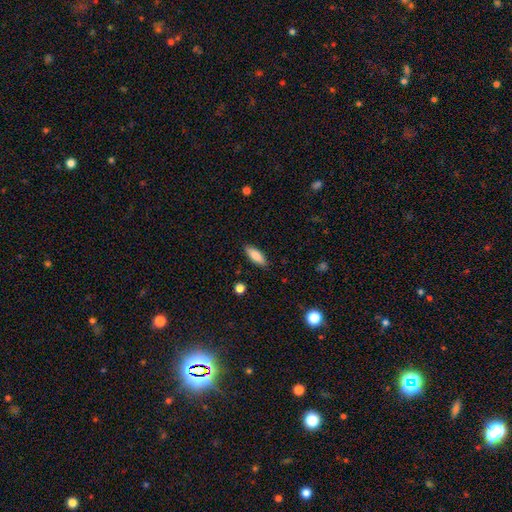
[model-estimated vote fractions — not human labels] Smooth or featured: smooth — 83% (featured or disk — 10%)
How rounded: in between — 69% (cigar-shaped — 29%)
Merging: none — 88% (minor disturbance — 9%)